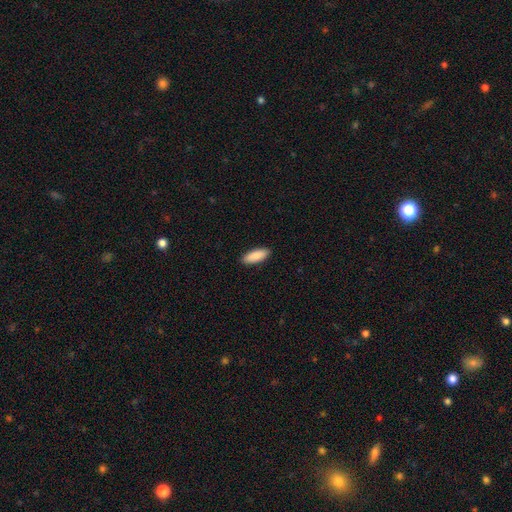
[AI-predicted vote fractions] smooth 90%, star or artifact 5%, featured or disk 4%. Down the decision tree: how rounded — in between (73%); merging — none (90%).